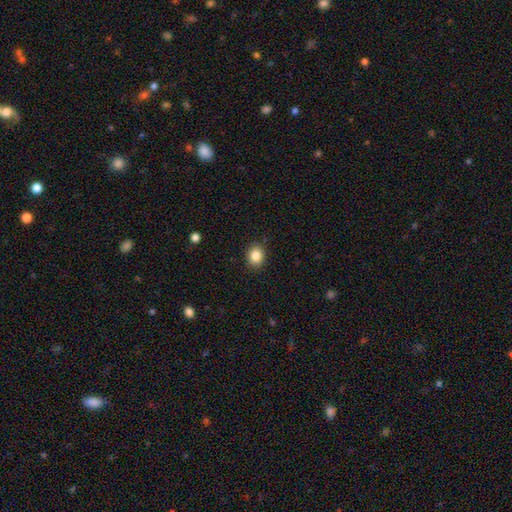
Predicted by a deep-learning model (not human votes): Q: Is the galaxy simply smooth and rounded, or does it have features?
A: smooth — 85%.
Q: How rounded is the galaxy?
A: round — 62%.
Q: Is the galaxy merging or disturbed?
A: none — 89%.